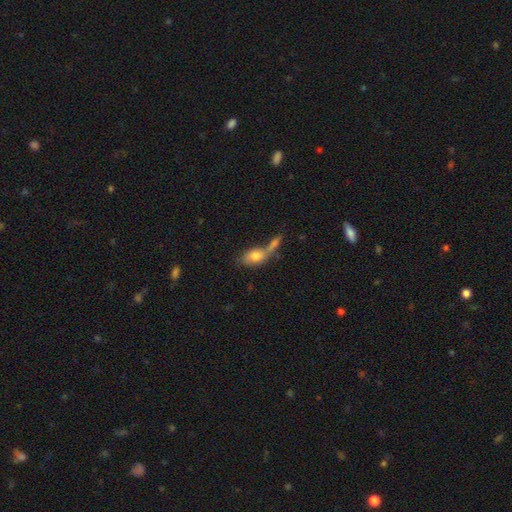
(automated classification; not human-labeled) The model was most divided on "merging": merger: 50%, none: 29%, minor disturbance: 12%, major disturbance: 9%. More confident: how rounded — in between (82%); smooth or featured — smooth (71%).